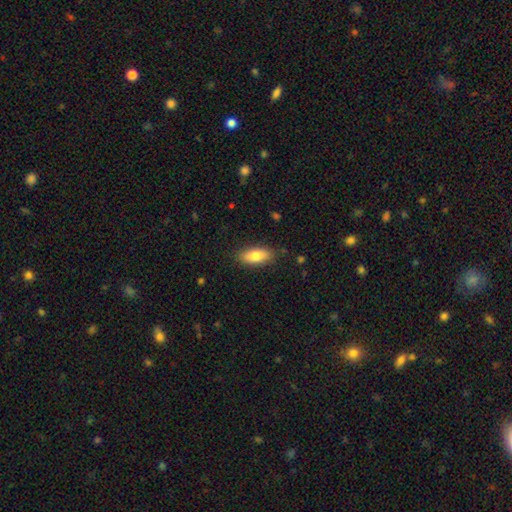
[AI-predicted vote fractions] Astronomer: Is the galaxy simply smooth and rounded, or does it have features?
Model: smooth — 81%.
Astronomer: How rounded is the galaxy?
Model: in between — 85%.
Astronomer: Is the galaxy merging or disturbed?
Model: none — 85%.